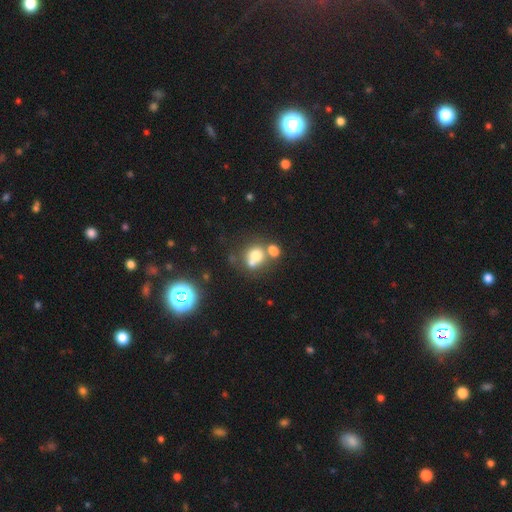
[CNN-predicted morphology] A smooth galaxy with no disk features (67%) that is round (75%).

Vote fractions:
- Smooth or featured? smooth: 67% / featured or disk: 18% / star or artifact: 15%
- How rounded? round: 75% / in between: 24% / cigar-shaped: 1%
- Merging? merger: 45% / none: 40% / minor disturbance: 9% / major disturbance: 5%